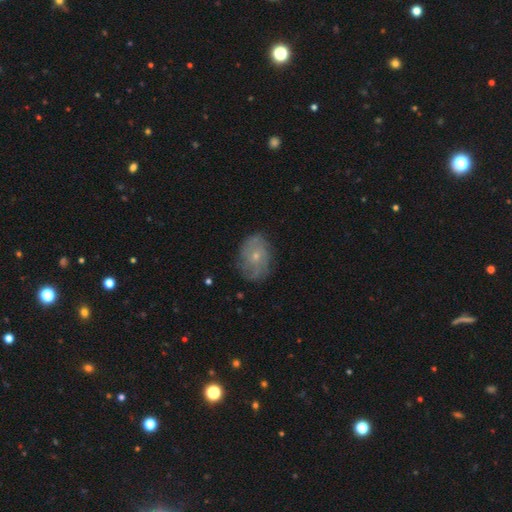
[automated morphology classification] Overall: featured or disk (56%; smooth 36%). Edge-on disk: no (96%). Bar: no (83%). Spiral arms: yes (71%). Bulge size: small (72%). Merging: none (73%).